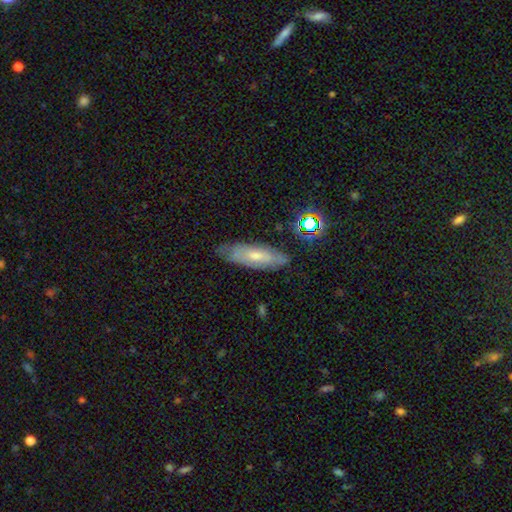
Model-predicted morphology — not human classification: Smooth or featured?
  - smooth: 50% *
  - featured or disk: 41%
  - star or artifact: 9%
Merging?
  - none: 72% *
  - minor disturbance: 21%
  - major disturbance: 5%
  - merger: 2%